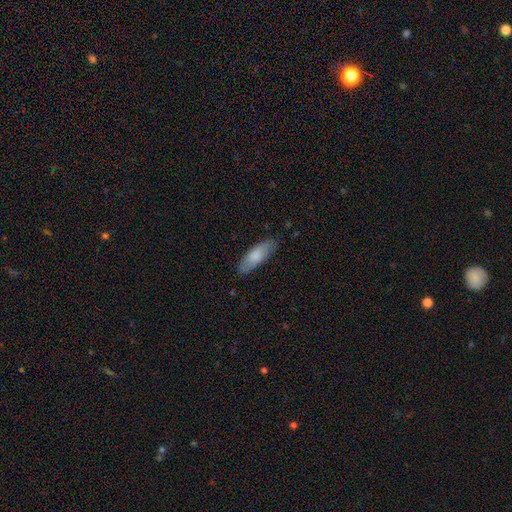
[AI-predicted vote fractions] Smooth or featured?
  - smooth: 79% *
  - featured or disk: 16%
  - star or artifact: 5%
How rounded?
  - in between: 57% *
  - cigar-shaped: 41%
  - round: 2%
Merging?
  - none: 83% *
  - minor disturbance: 13%
  - major disturbance: 2%
  - merger: 1%